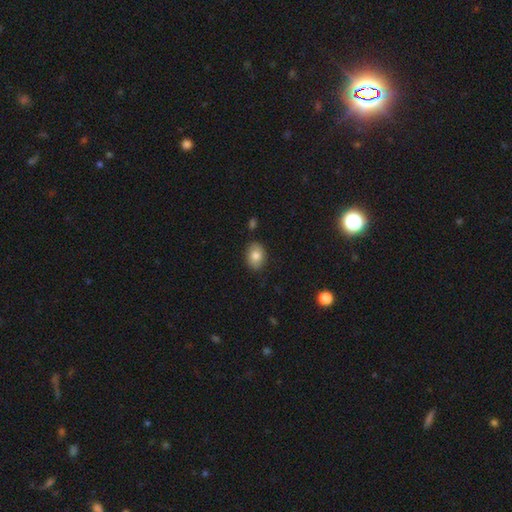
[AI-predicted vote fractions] Overall: smooth (81%). How rounded: in between (73%). Merging: none (85%).